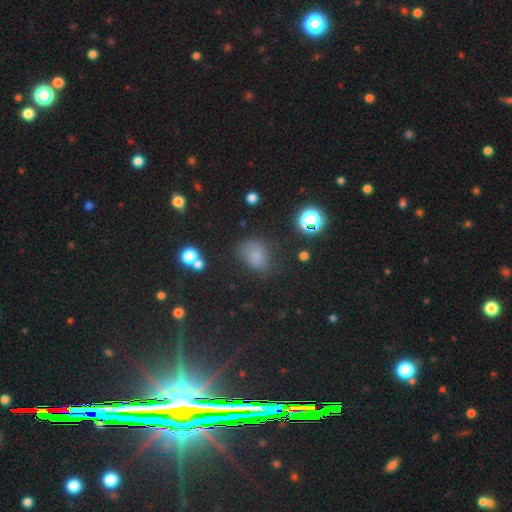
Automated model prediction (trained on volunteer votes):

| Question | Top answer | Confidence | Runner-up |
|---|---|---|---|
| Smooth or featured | smooth | 71% | star or artifact (21%) |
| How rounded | in between | 71% | round (27%) |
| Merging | none | 65% | minor disturbance (23%) |